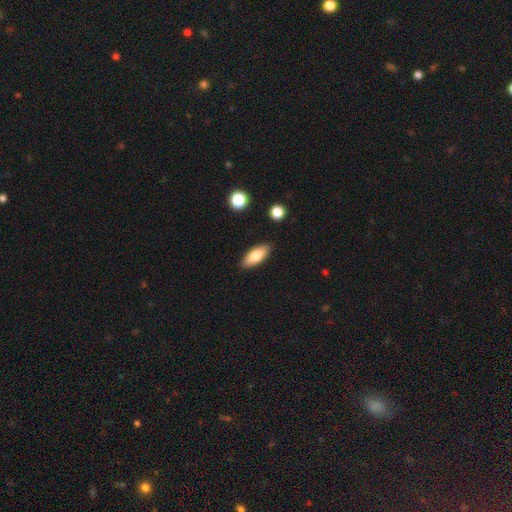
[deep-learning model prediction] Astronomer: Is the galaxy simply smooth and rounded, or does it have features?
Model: smooth — 77%.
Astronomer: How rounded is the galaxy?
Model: in between — 79%.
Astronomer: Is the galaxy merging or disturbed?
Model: none — 88%.